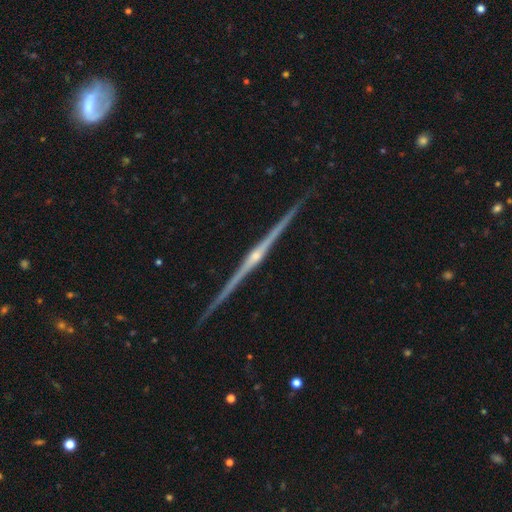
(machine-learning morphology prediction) Q: Smooth or featured?
A: featured or disk (91%); runner-up: star or artifact (5%)
Q: Edge-on disk?
A: yes (99%); runner-up: no (1%)
Q: Edge-on bulge?
A: rounded (83%); runner-up: none (10%)
Q: Merging?
A: none (92%); runner-up: minor disturbance (6%)